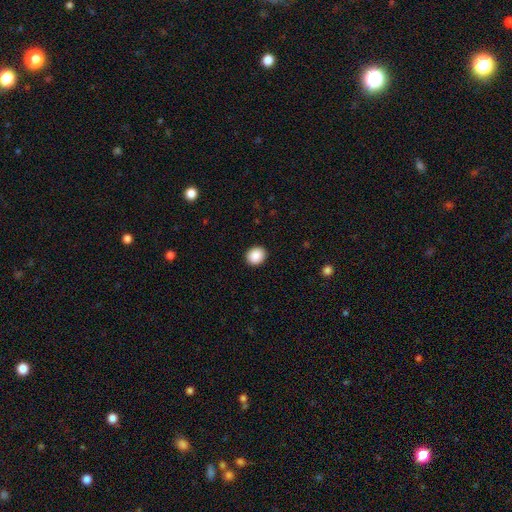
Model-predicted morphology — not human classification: A smooth galaxy with no disk features (89%) that is round (74%). Merging: none (92%).